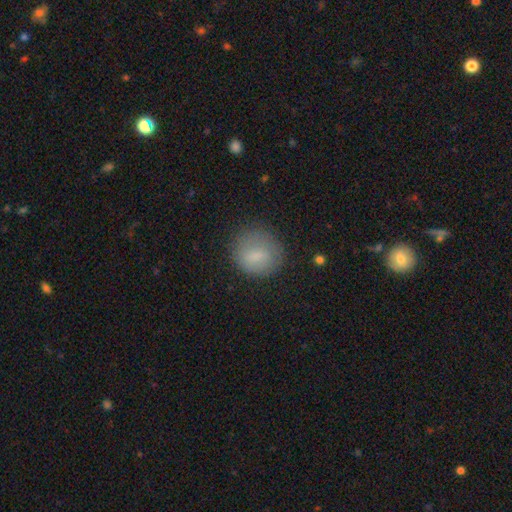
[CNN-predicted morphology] smooth_or_featured: smooth (p=0.76) [alt: featured or disk p=0.16]
how_rounded: round (p=0.74) [alt: in between p=0.24]
merging: none (p=0.71) [alt: minor disturbance p=0.19]